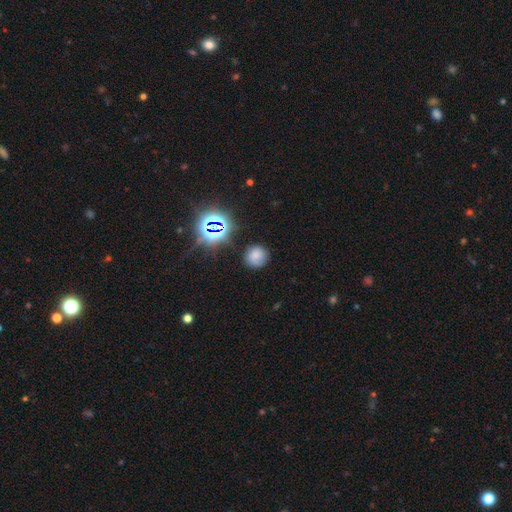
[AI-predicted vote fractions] Smooth or featured? Predicted: smooth (p=0.71). How rounded? Predicted: round (p=0.89). Merging? Predicted: none (p=0.80).